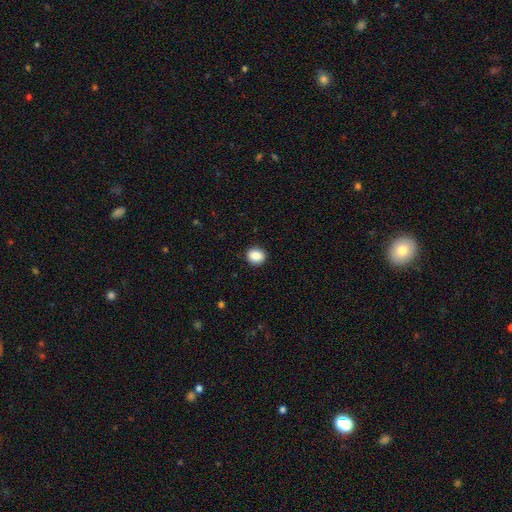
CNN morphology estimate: This appears to be a smooth galaxy with no disk features (88%) that is round (68%). Merging: none (90%).